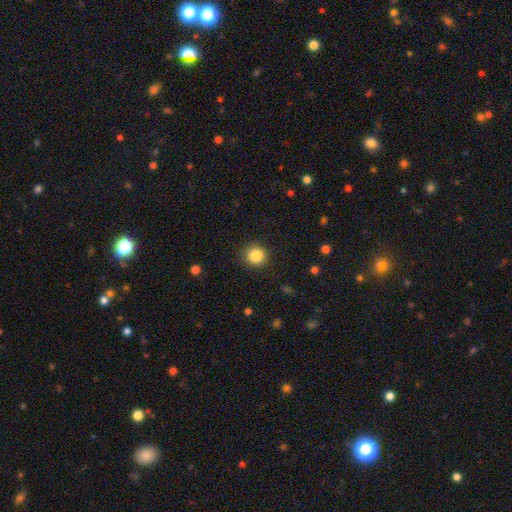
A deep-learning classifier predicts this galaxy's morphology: Overall: smooth (86%). How rounded: round (91%). Merging: none (88%).